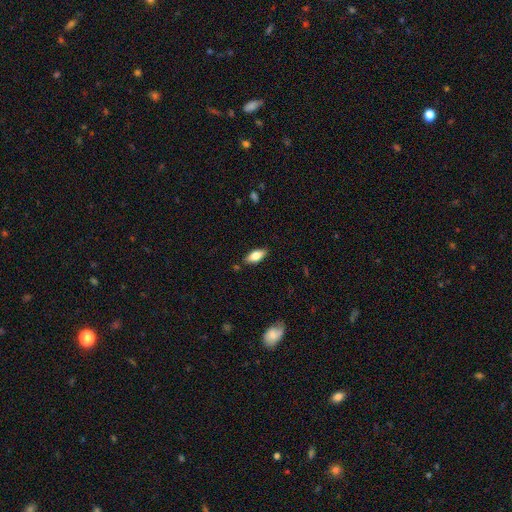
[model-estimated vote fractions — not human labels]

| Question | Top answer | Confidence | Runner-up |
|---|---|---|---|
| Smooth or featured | smooth | 72% | featured or disk (21%) |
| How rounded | in between | 83% | cigar-shaped (15%) |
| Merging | none | 85% | minor disturbance (11%) |